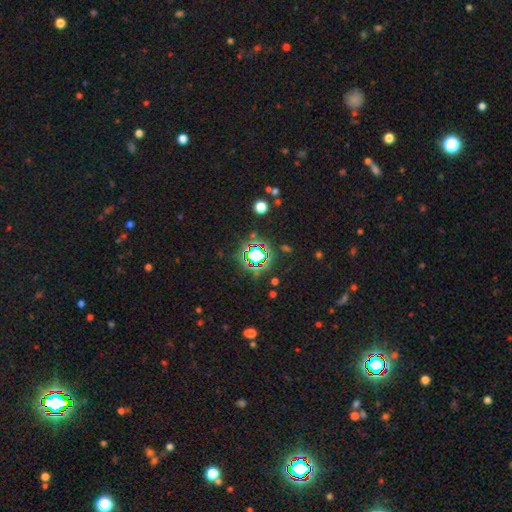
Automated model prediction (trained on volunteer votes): Overall: star or artifact (69%).